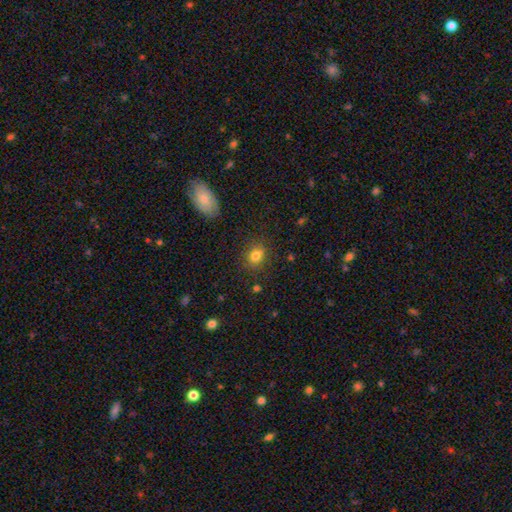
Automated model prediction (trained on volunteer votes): Q: Smooth or featured?
A: smooth (80%); runner-up: star or artifact (12%)
Q: How rounded?
A: round (52%); runner-up: in between (47%)
Q: Merging?
A: none (82%); runner-up: minor disturbance (13%)